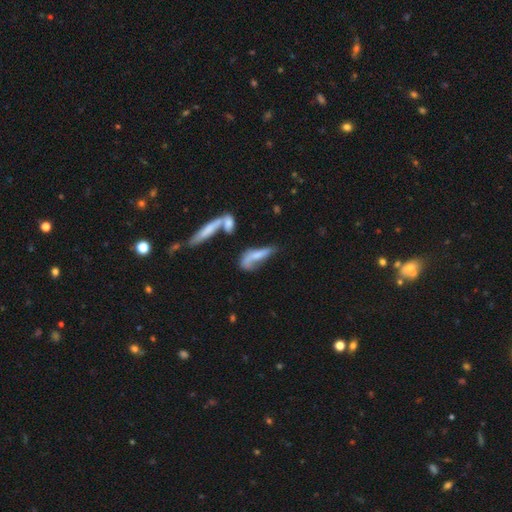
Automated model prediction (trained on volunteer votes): Smooth or featured: smooth — 56% (featured or disk — 35%)
How rounded: cigar-shaped — 55% (in between — 42%)
Merging: merger — 28% (major disturbance — 26%)